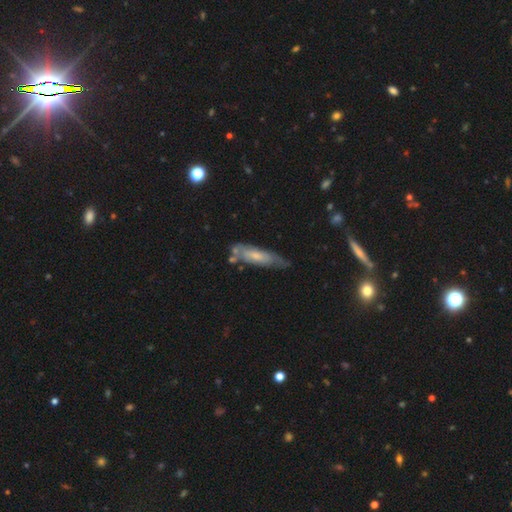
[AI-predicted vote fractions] Morphology: type=smooth (48%); merging=none (51%).